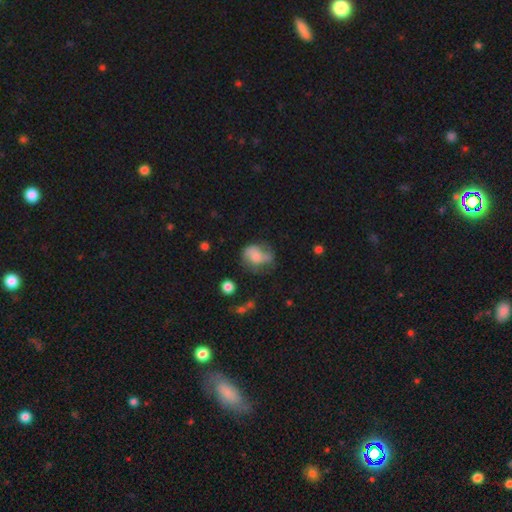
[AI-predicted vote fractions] Smooth or featured? Predicted: smooth (p=0.45, tied with featured or disk). Merging? Predicted: none (p=0.44).